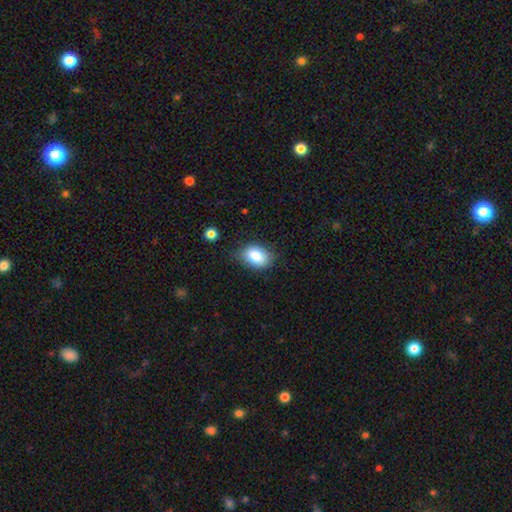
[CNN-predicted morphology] This is clearly a smooth galaxy (82%). How rounded: likely in between (77%). Merging: likely none (72%).